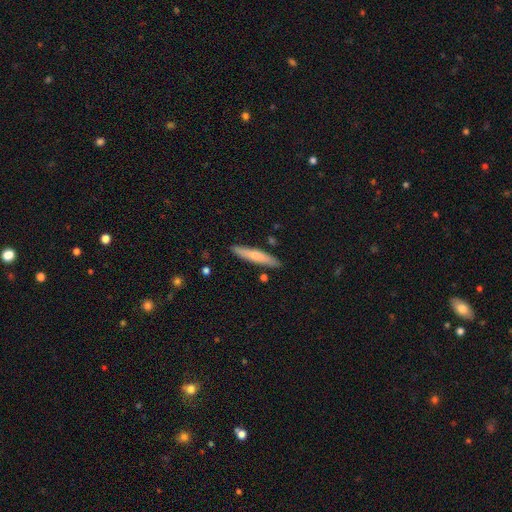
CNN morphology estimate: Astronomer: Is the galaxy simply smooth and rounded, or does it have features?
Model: smooth — 65%.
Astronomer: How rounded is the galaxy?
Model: cigar-shaped — 89%.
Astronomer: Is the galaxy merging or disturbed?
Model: none — 87%.